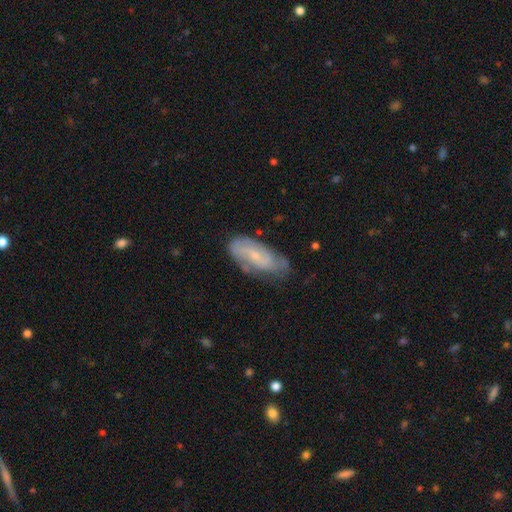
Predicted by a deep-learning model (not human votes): Smooth or featured?
  - featured or disk: 63% *
  - smooth: 30%
  - star or artifact: 7%
Edge-on disk?
  - no: 91% *
  - yes: 9%
Bar?
  - no: 57% *
  - weak: 35%
  - strong: 9%
Spiral arms?
  - yes: 84% *
  - no: 16%
Bulge size?
  - small: 72% *
  - moderate: 21%
  - none: 5%
  - large: 1%
  - dominant: 1%
Merging?
  - none: 64% *
  - minor disturbance: 26%
  - major disturbance: 8%
  - merger: 2%